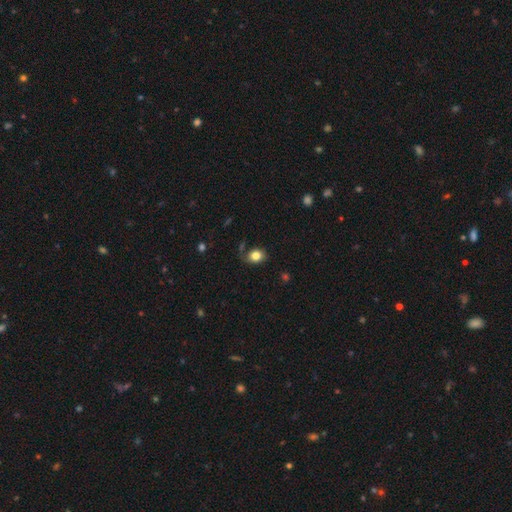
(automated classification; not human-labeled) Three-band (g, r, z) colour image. It shows a smooth galaxy with no disk features (81%) that is in between round and cigar-shaped (57%). Merging: none (67%).